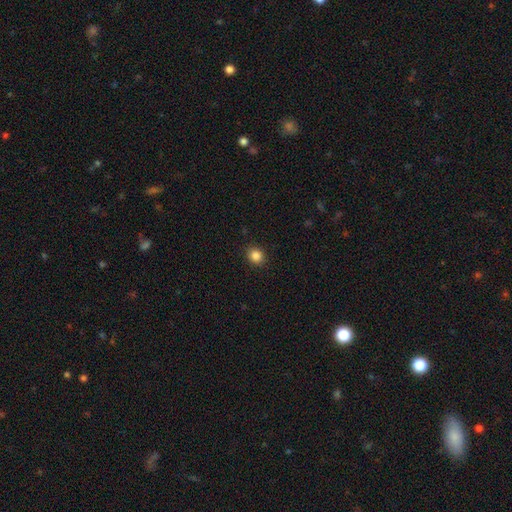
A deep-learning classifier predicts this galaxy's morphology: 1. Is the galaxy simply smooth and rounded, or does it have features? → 86% smooth, 11% star or artifact, 4% featured or disk.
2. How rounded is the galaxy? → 75% round, 24% in between, 1% cigar-shaped.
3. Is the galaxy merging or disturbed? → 91% none, 6% minor disturbance, 2% major disturbance, 1% merger.